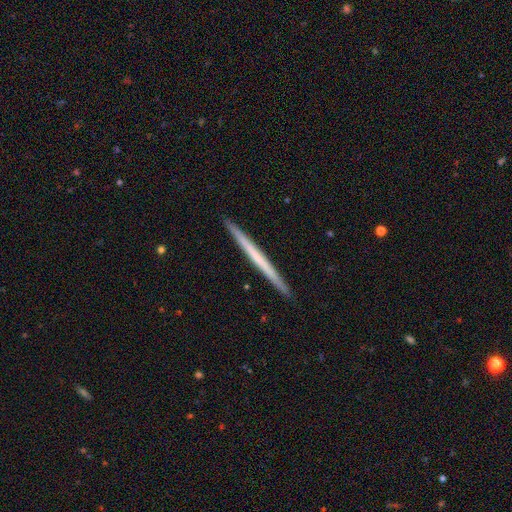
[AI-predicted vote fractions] smooth-or-featured: featured or disk: 50% | smooth: 46% | star or artifact: 5%
  merging: none: 92% | minor disturbance: 5% | major disturbance: 1% | merger: 1%